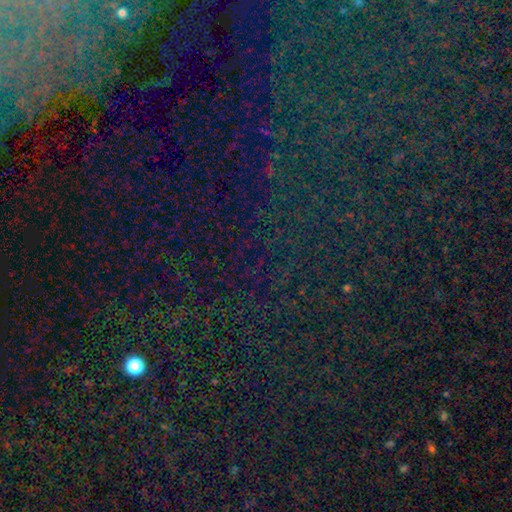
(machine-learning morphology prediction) This appears to be a star or artifact, not a galaxy (78%).